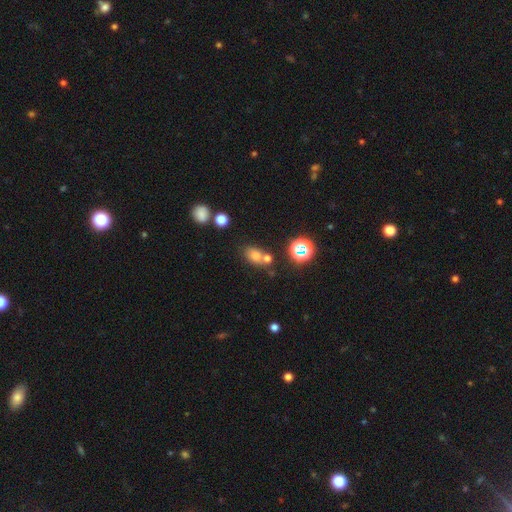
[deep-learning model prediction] smooth_or_featured: smooth (p=0.69) [alt: star or artifact p=0.20]
how_rounded: in between (p=0.67) [alt: round p=0.31]
merging: none (p=0.54) [alt: merger p=0.28]